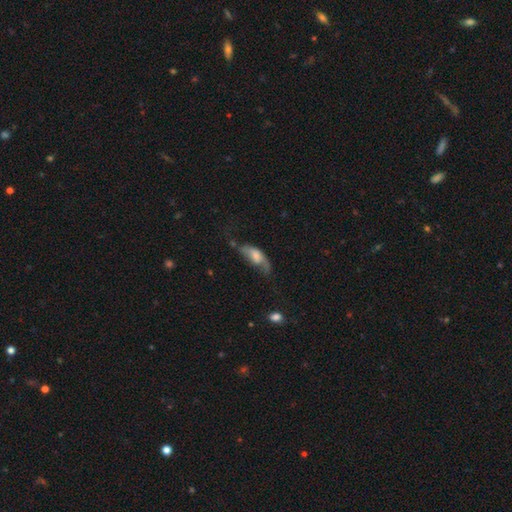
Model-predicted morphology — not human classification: This is possibly a smooth galaxy (52%). How rounded: clearly in between (80%). Merging: marginally major disturbance (36%).